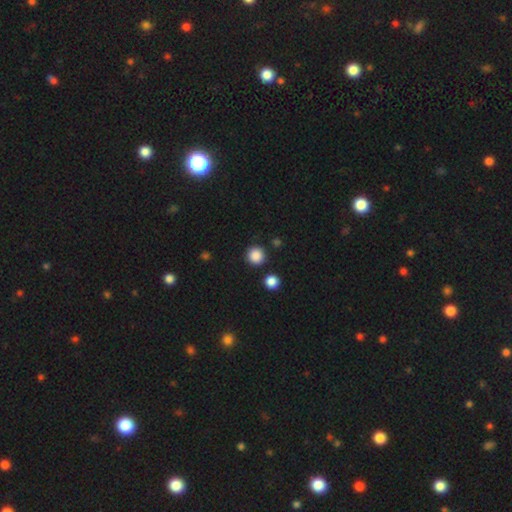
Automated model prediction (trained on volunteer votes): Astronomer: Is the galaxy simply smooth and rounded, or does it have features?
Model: smooth — 86%.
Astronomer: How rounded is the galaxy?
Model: round — 94%.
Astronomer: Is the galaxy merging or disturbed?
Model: none — 88%.